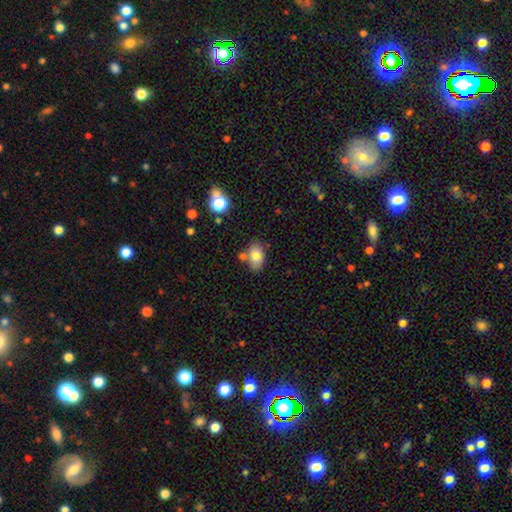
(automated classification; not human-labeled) The model was most divided on "merging": none: 64%, minor disturbance: 17%, merger: 14%, major disturbance: 5%. More confident: how rounded — in between (87%); smooth or featured — smooth (81%).